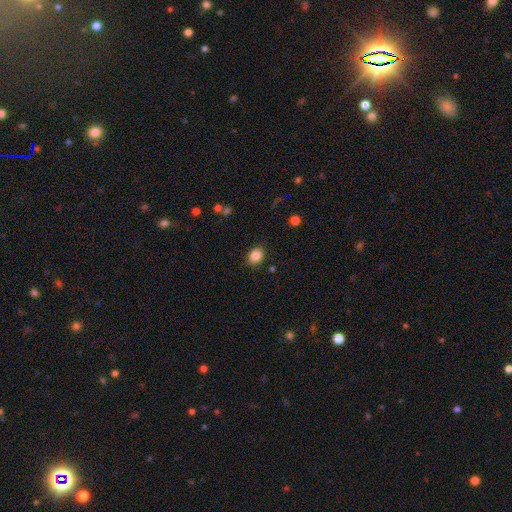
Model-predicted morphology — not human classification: Smooth or featured: smooth — 86% (star or artifact — 10%)
How rounded: in between — 52% (round — 47%)
Merging: none — 87% (minor disturbance — 9%)